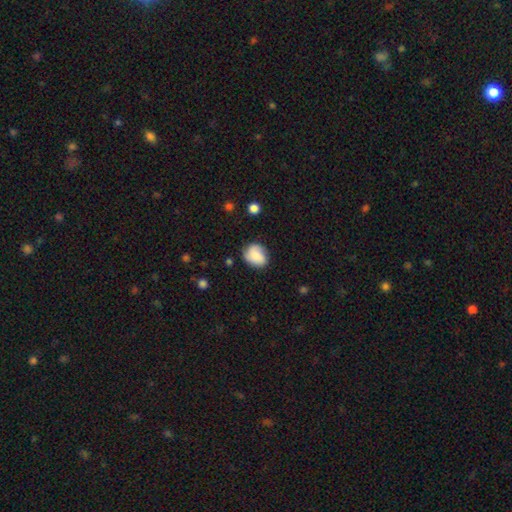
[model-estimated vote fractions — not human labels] Smooth or featured: smooth — 76% (featured or disk — 16%)
How rounded: round — 62% (in between — 37%)
Merging: none — 72% (minor disturbance — 21%)